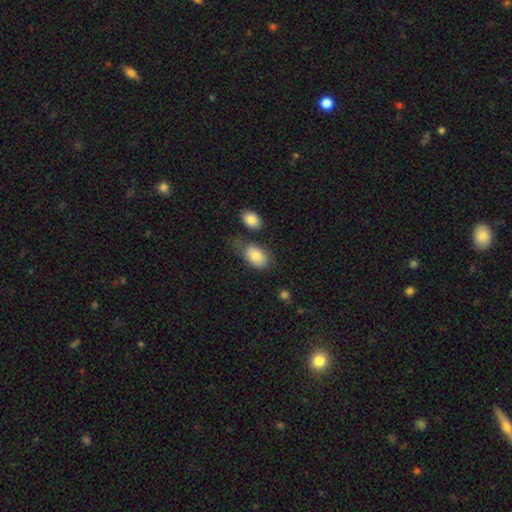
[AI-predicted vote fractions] Smooth or featured? smooth (83%)
How rounded? in between (90%)
Merging? none (50%)